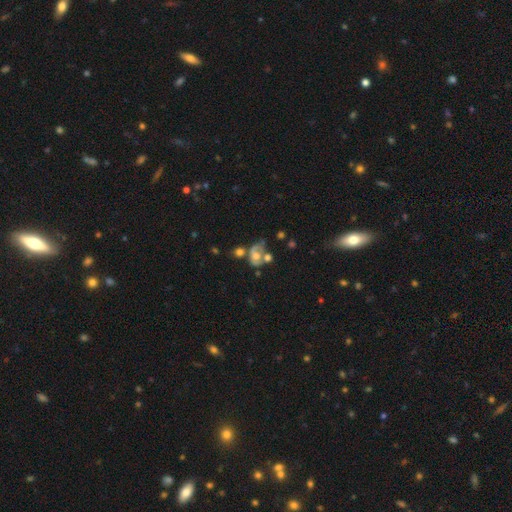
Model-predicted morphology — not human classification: This is possibly a featured or disk galaxy (50%). It is clearly not viewed edge-on (97%). Merging: marginally merger (37%).